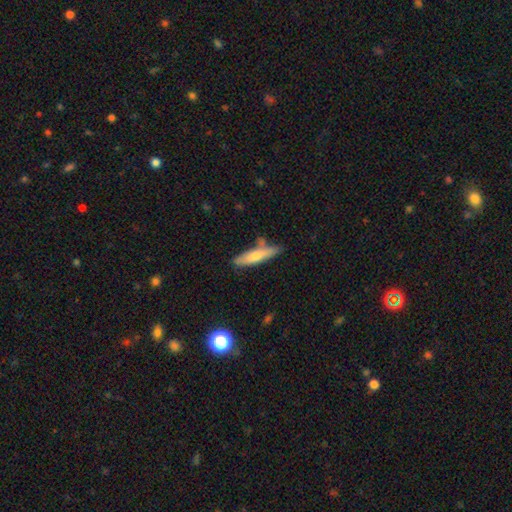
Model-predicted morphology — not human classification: smooth_or_featured: smooth (p=0.67) [alt: featured or disk p=0.27]
how_rounded: cigar-shaped (p=0.78) [alt: in between p=0.20]
merging: none (p=0.69) [alt: minor disturbance p=0.19]